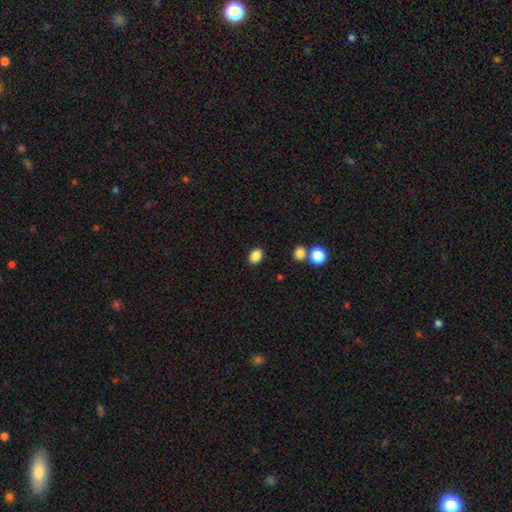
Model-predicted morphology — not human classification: type=smooth (86%); roundness=in between (70%); merging=none (87%).